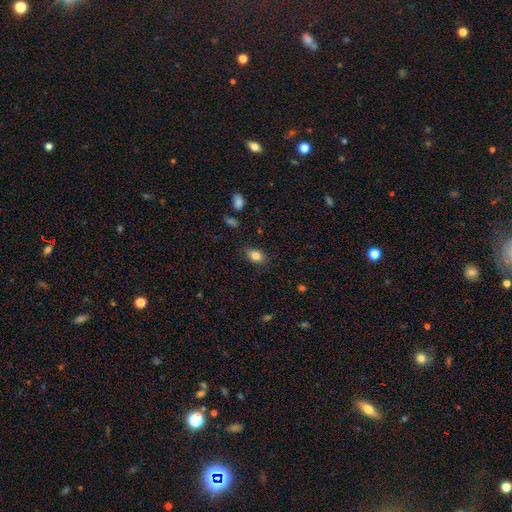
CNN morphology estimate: Overall: smooth (83%). How rounded: in between (78%). Merging: none (83%).